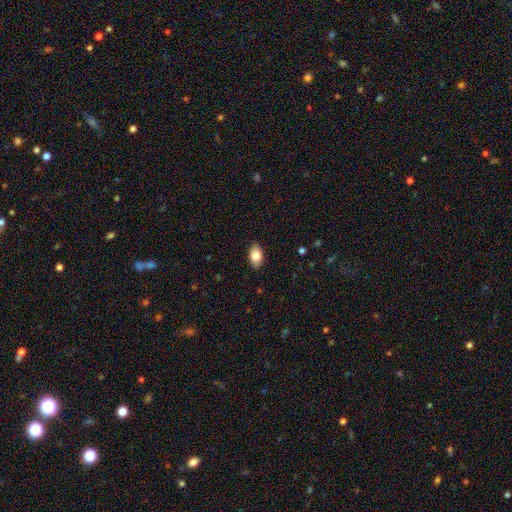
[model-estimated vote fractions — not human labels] The model was most divided on "smooth or featured": smooth: 82%, featured or disk: 11%, star or artifact: 7%. More confident: how rounded — in between (90%); merging — none (88%).